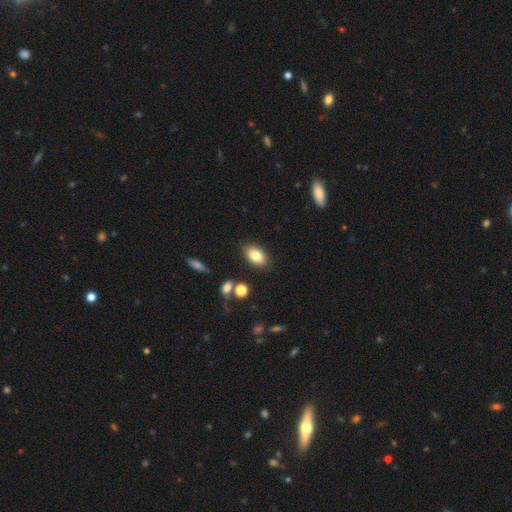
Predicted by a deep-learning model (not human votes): Smooth or featured? Predicted: smooth (p=0.81). How rounded? Predicted: in between (p=0.89). Merging? Predicted: none (p=0.85).